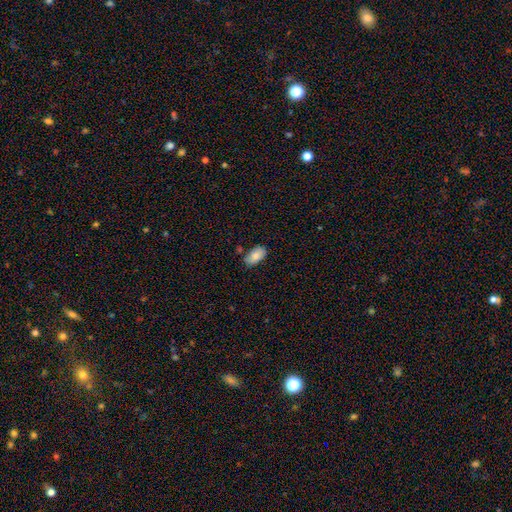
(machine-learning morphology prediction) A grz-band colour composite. It shows a smooth galaxy with no disk features (86%) that is in between round and cigar-shaped (94%). Merging: none (76%).